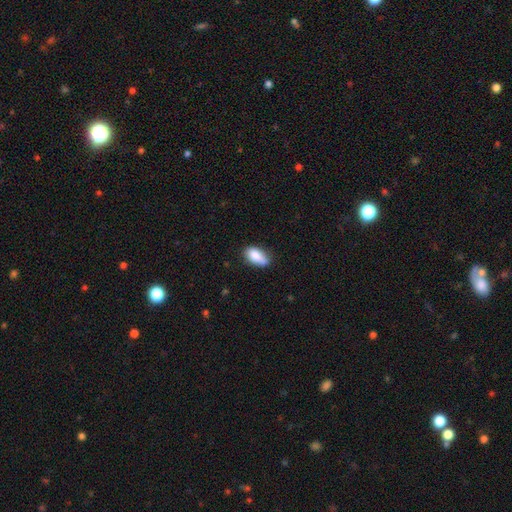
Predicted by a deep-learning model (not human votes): Smooth or featured? Predicted: smooth (p=0.83). How rounded? Predicted: in between (p=0.89). Merging? Predicted: none (p=0.59).